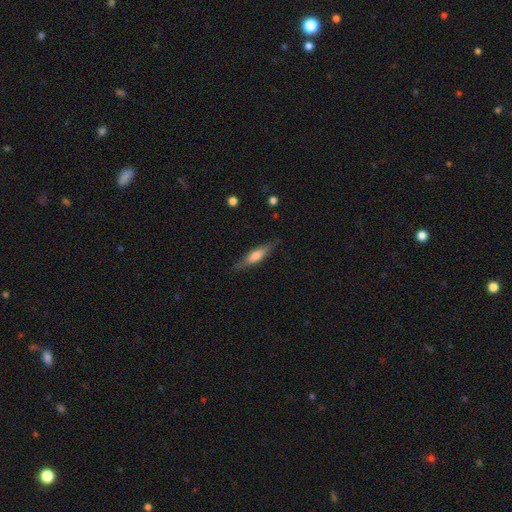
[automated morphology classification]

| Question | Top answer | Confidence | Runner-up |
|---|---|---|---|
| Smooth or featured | smooth | 60% | featured or disk (34%) |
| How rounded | cigar-shaped | 71% | in between (28%) |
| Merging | none | 82% | minor disturbance (14%) |